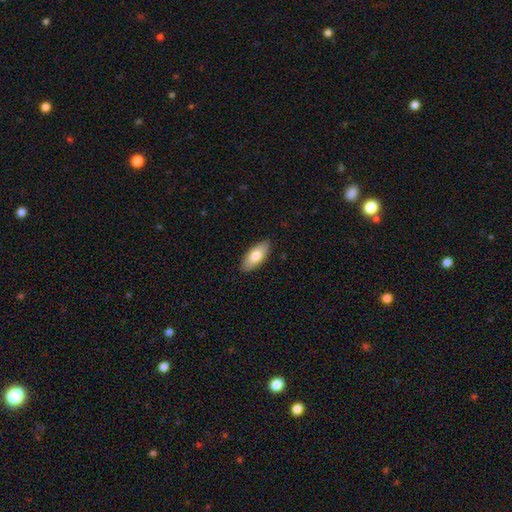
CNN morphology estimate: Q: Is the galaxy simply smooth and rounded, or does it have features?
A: smooth — 80%.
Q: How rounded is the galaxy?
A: in between — 85%.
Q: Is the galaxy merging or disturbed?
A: none — 88%.